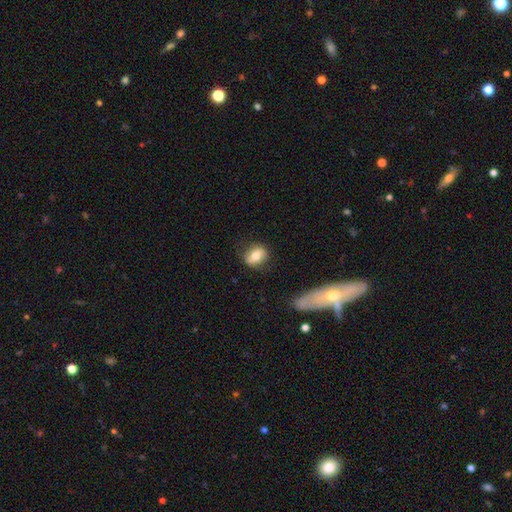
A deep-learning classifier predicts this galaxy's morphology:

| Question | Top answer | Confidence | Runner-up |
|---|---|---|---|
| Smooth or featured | smooth | 60% | featured or disk (32%) |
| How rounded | round | 50% | in between (47%) |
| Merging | none | 78% | minor disturbance (15%) |